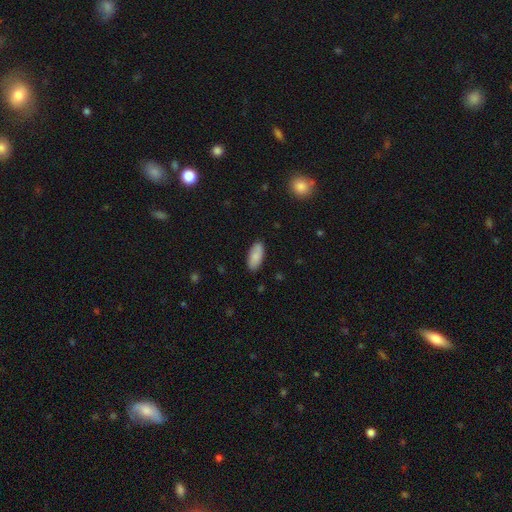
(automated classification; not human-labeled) smooth_or_featured: smooth (p=0.85) [alt: featured or disk p=0.09]
how_rounded: in between (p=0.87) [alt: cigar-shaped p=0.11]
merging: none (p=0.87) [alt: minor disturbance p=0.10]